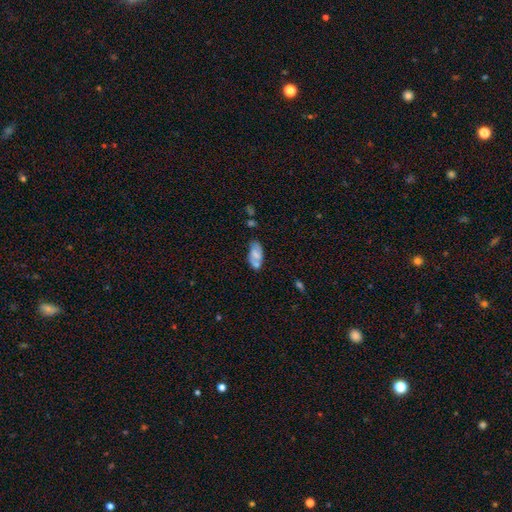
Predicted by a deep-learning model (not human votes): Overall: smooth (58%; featured or disk 34%). How rounded: in between (90%). Merging: none (49%; minor disturbance 22%).